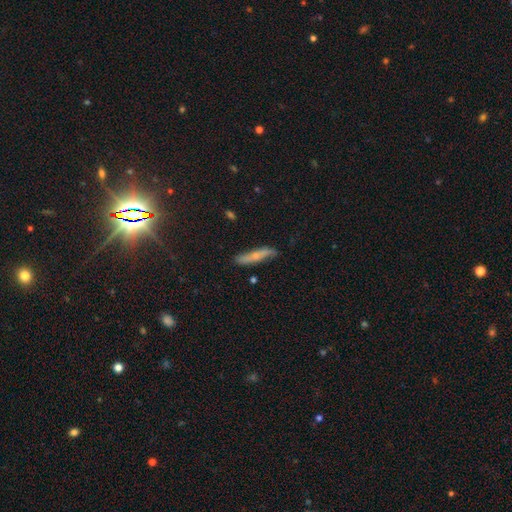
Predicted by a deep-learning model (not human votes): A smooth galaxy with no disk features (55%) that is cigar-shaped (88%). Merging: none (77%).